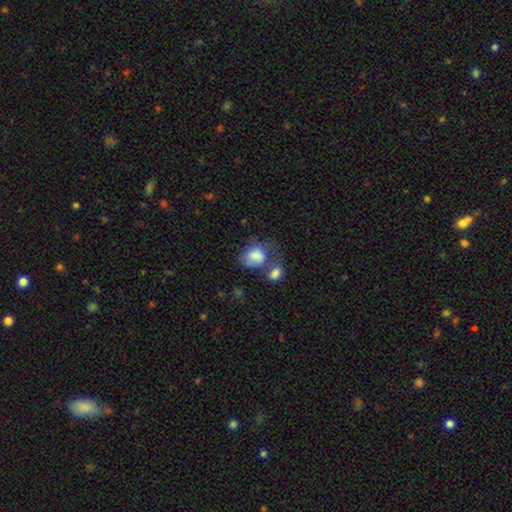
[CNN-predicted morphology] smooth 79%, featured or disk 13%, star or artifact 8%. Down the decision tree: how rounded — in between (61%); merging — merger (35%).